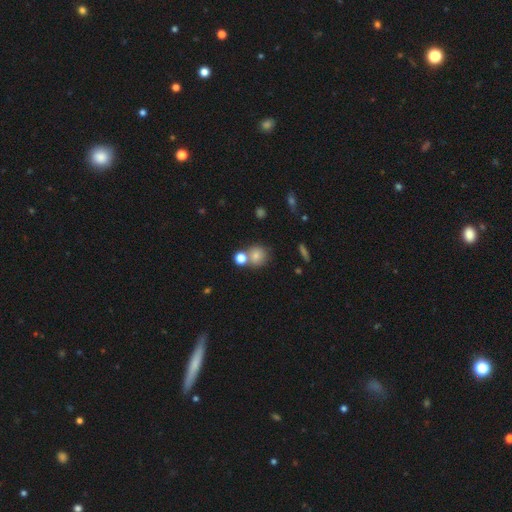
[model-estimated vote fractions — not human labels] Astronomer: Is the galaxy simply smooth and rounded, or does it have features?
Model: smooth — 77%.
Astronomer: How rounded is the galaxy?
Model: round — 86%.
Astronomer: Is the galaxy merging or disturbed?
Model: none — 60%.